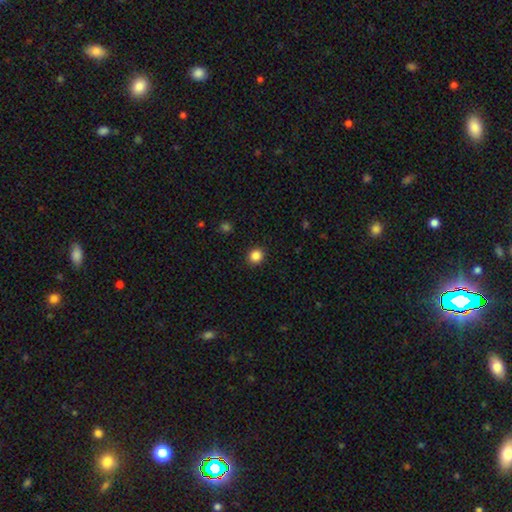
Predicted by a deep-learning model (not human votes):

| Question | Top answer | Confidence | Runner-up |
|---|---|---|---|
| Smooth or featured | smooth | 85% | star or artifact (11%) |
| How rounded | round | 87% | in between (12%) |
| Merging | none | 92% | minor disturbance (6%) |